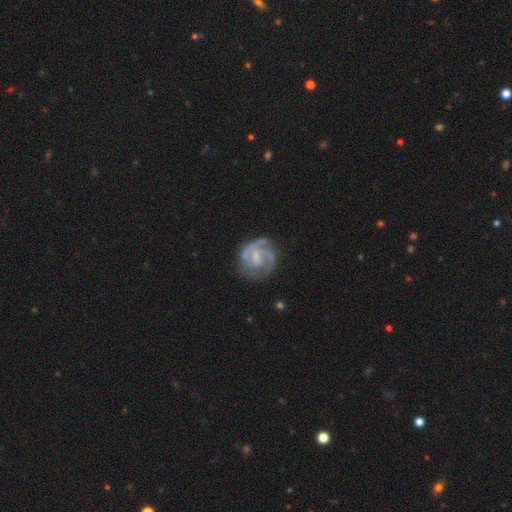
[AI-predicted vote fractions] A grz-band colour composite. It shows a featured or disk galaxy (85%) with a weak bar (51%), 2 (41%) tight (49%) spiral arms (95%) and a small central bulge (56%). Merging: none (66%).